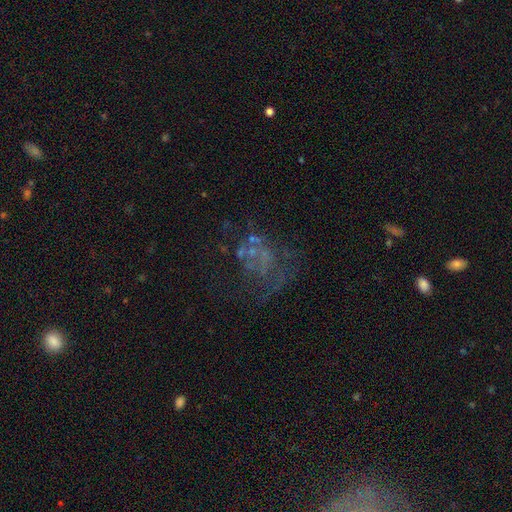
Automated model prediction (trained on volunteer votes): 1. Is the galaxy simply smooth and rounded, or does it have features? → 49% featured or disk, 29% star or artifact, 22% smooth.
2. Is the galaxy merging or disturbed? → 43% none, 36% major disturbance, 14% minor disturbance, 7% merger.